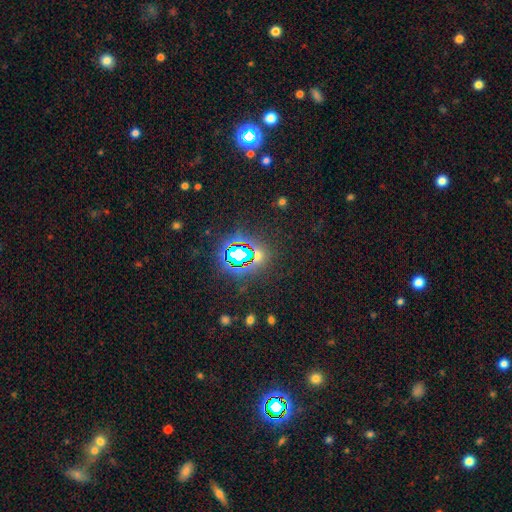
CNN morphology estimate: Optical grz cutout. It shows a star or artifact, not a galaxy (74%).